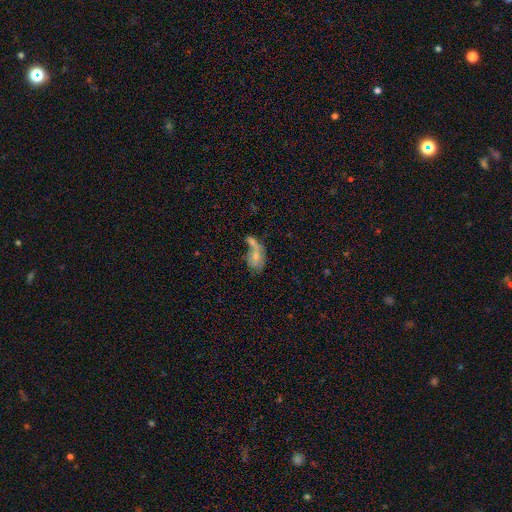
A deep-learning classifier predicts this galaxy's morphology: A smooth galaxy with no disk features (62%) that is in between round and cigar-shaped (85%).

Vote fractions:
- Smooth or featured? smooth: 62% / featured or disk: 29% / star or artifact: 9%
- How rounded? in between: 85% / round: 11% / cigar-shaped: 4%
- Merging? merger: 52% / none: 20% / major disturbance: 15% / minor disturbance: 13%